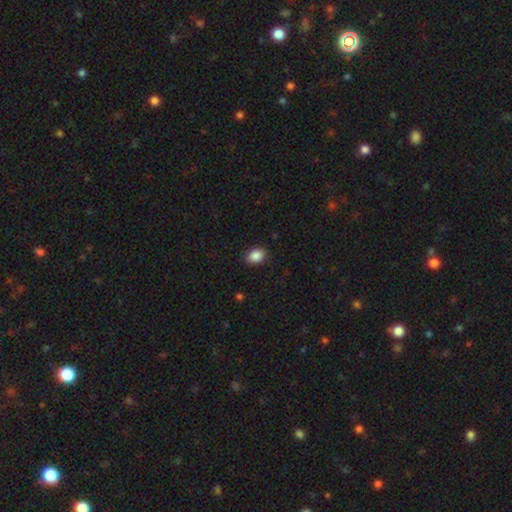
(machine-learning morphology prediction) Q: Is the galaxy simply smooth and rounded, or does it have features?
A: smooth — 88%.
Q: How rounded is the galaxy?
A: in between — 76%.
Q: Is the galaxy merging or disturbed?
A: none — 86%.